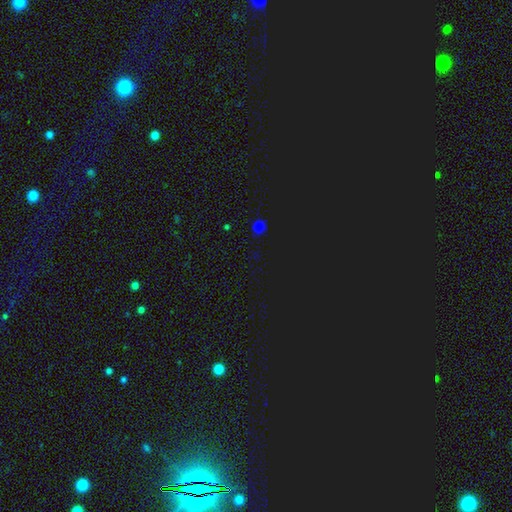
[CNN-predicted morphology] type=smooth (50%); merging=none (90%).